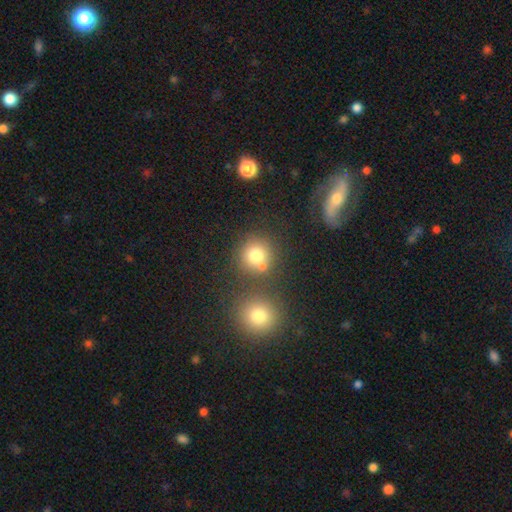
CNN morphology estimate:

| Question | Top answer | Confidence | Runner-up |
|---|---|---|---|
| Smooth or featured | smooth | 76% | star or artifact (14%) |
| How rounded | round | 90% | in between (9%) |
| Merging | none | 63% | merger (25%) |